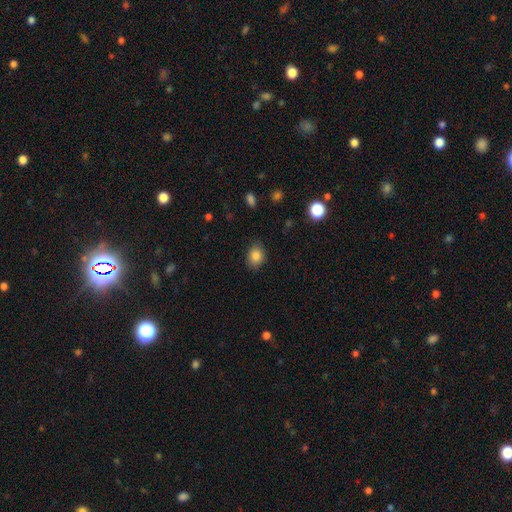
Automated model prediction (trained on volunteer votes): This appears to be a smooth galaxy with no disk features (84%) that is in between round and cigar-shaped (56%). Merging: none (84%).